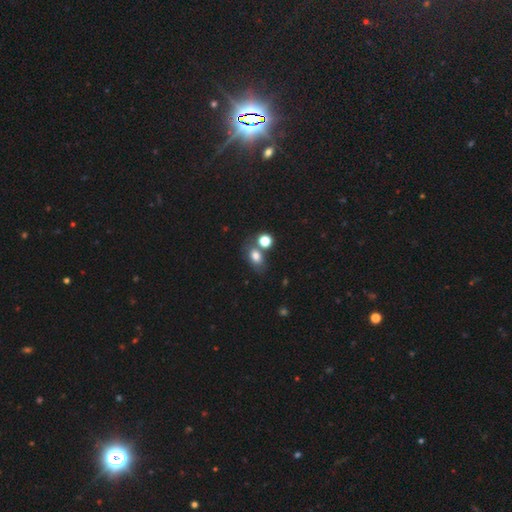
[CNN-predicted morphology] smooth 78%, star or artifact 13%, featured or disk 10%. Down the decision tree: how rounded — in between (71%); merging — none (56%).